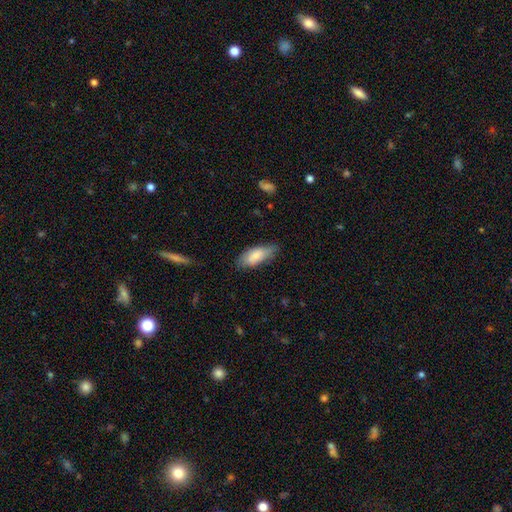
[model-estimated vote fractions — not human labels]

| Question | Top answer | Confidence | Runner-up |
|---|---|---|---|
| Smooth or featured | smooth | 80% | featured or disk (14%) |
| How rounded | in between | 76% | cigar-shaped (22%) |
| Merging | none | 72% | minor disturbance (23%) |